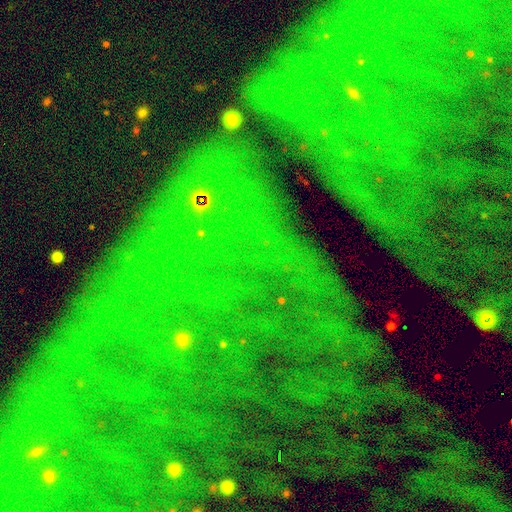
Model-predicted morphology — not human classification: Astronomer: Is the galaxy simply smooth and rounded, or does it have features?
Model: star or artifact — 83%.